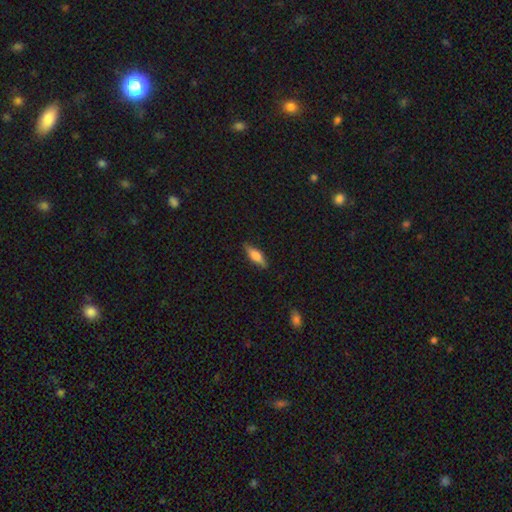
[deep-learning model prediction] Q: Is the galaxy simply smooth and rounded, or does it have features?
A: smooth — 64%.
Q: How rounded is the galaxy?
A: in between — 55%.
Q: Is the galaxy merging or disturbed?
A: none — 84%.